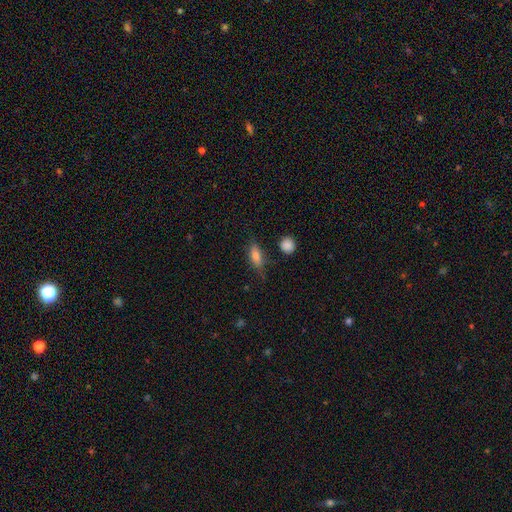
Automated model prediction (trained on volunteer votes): The model was most divided on "how rounded": in between: 69%, cigar-shaped: 25%, round: 5%. More confident: smooth or featured — smooth (76%); merging — none (69%).